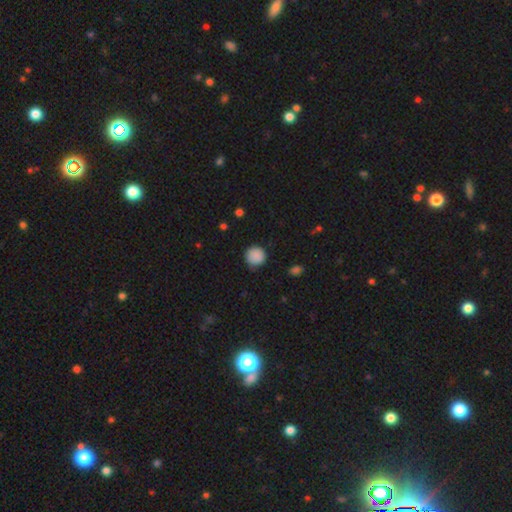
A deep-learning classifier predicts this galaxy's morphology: This is clearly a smooth galaxy (87%). How rounded: clearly round (93%). Merging: clearly none (83%).